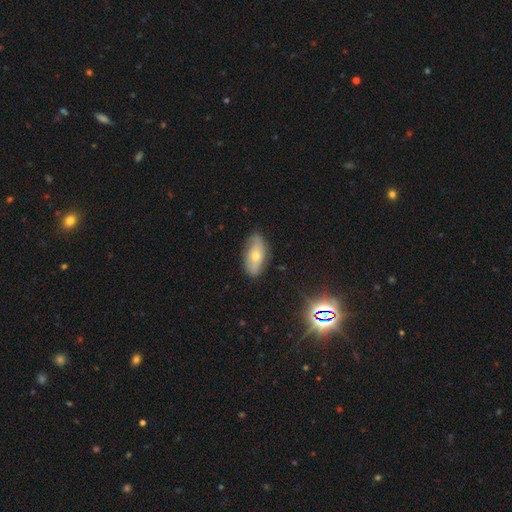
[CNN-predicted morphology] Smooth or featured: smooth — 49% (featured or disk — 42%)
Merging: none — 74% (minor disturbance — 20%)